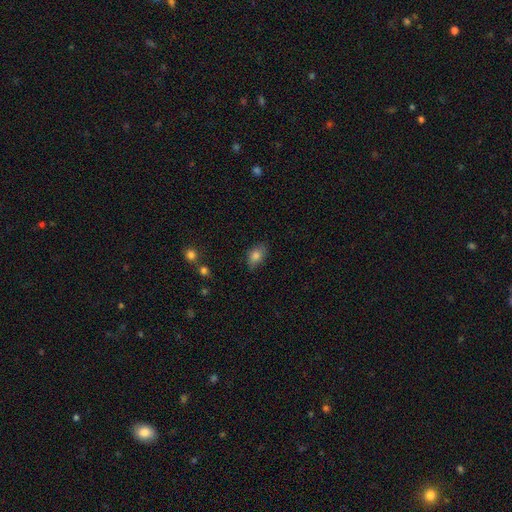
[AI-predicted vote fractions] Smooth or featured: smooth — 81% (featured or disk — 10%)
How rounded: in between — 84% (round — 14%)
Merging: none — 74% (minor disturbance — 21%)